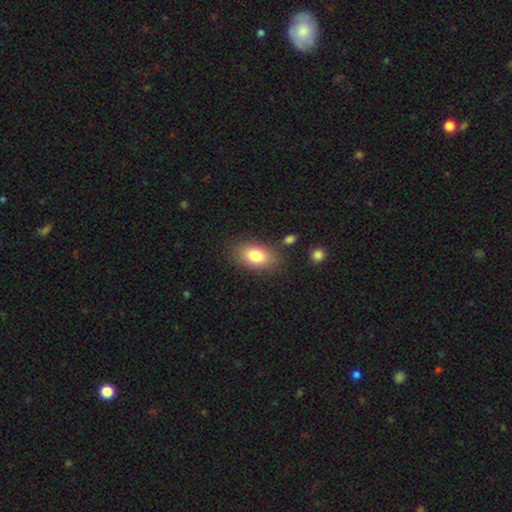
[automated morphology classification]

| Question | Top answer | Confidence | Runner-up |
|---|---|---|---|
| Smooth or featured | smooth | 81% | featured or disk (11%) |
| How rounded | in between | 90% | round (8%) |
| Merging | none | 81% | minor disturbance (12%) |